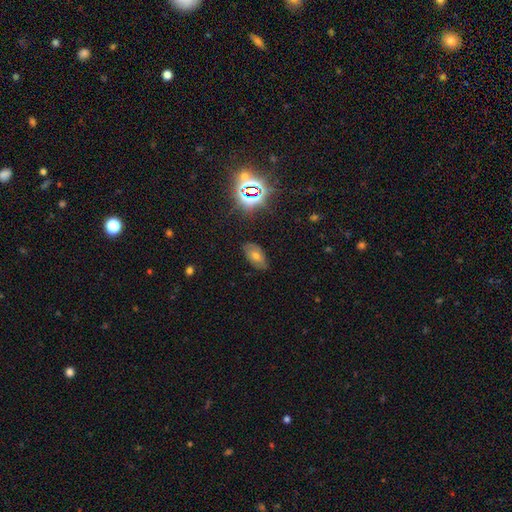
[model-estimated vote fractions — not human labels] smooth_or_featured: smooth (p=0.50) [alt: featured or disk p=0.26]
merging: none (p=0.78) [alt: minor disturbance p=0.17]